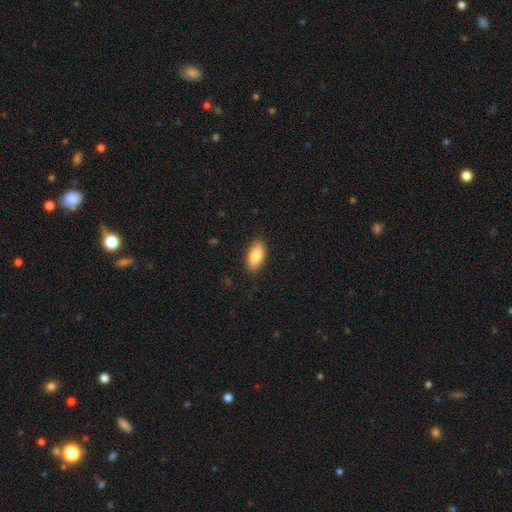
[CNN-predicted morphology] Smooth or featured: smooth — 84% (featured or disk — 9%)
How rounded: in between — 92% (cigar-shaped — 6%)
Merging: none — 87% (minor disturbance — 10%)